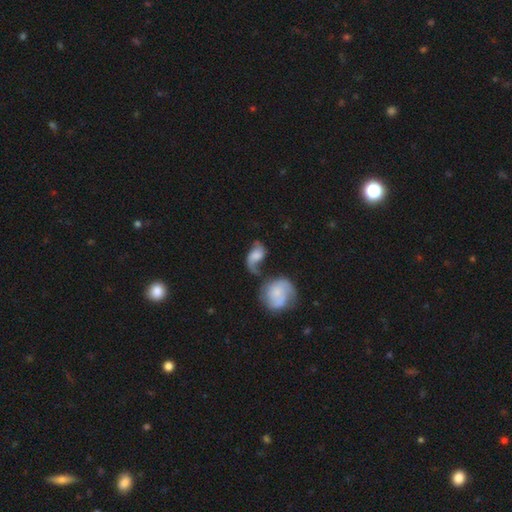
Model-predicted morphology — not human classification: A featured or disk galaxy (59%) with no bar (63%), spiral arms (87%) and a moderate central bulge (28%).

Vote fractions:
- Smooth or featured? featured or disk: 59% / smooth: 32% / star or artifact: 8%
- Edge-on disk? no: 96% / yes: 4%
- Bar? no: 63% / weak: 30% / strong: 7%
- Spiral arms? yes: 87% / no: 13%
- Bulge size? moderate: 28% / none: 25% / small: 25% / large: 18% / dominant: 4%
- Merging? merger: 36% / none: 28% / major disturbance: 19% / minor disturbance: 17%